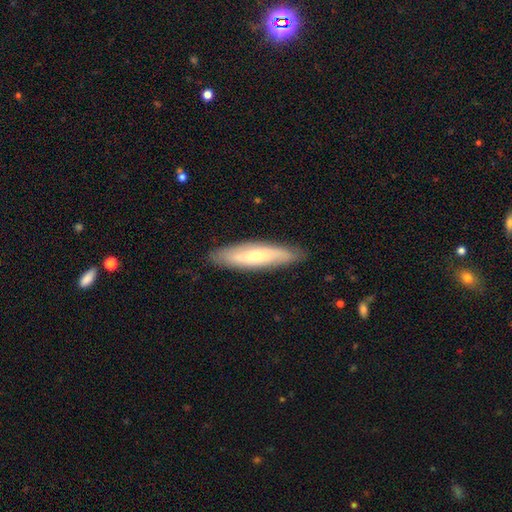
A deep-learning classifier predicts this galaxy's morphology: smooth_or_featured: featured or disk (p=0.48) [alt: smooth p=0.46]
merging: none (p=0.87) [alt: minor disturbance p=0.10]